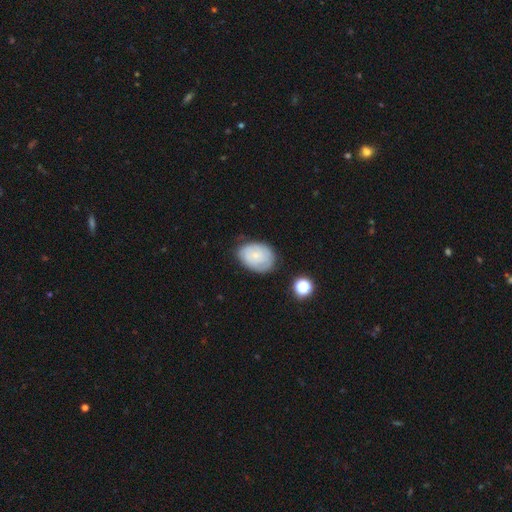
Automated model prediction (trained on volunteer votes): smooth-or-featured: smooth: 58% | featured or disk: 33% | star or artifact: 8%
  how-rounded: in between: 68% | round: 31% | cigar-shaped: 1%
  merging: none: 68% | minor disturbance: 24% | major disturbance: 6% | merger: 2%